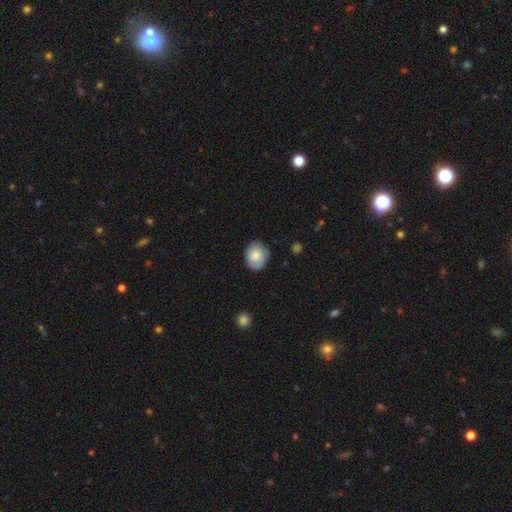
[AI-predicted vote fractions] Smooth or featured?
  - smooth: 80% *
  - featured or disk: 13%
  - star or artifact: 7%
How rounded?
  - round: 59% *
  - in between: 40%
  - cigar-shaped: 1%
Merging?
  - none: 77% *
  - minor disturbance: 18%
  - major disturbance: 3%
  - merger: 1%